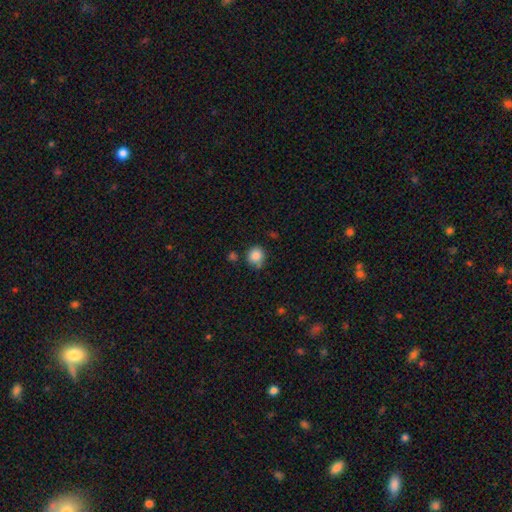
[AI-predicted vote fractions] Smooth or featured?
  - smooth: 86% *
  - star or artifact: 10%
  - featured or disk: 4%
How rounded?
  - round: 86% *
  - in between: 13%
  - cigar-shaped: 1%
Merging?
  - none: 74% *
  - minor disturbance: 16%
  - merger: 6%
  - major disturbance: 4%